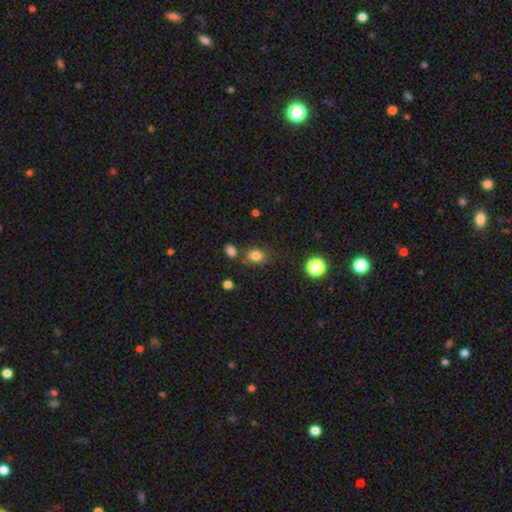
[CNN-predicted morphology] A smooth galaxy with no disk features (80%) that is in between round and cigar-shaped (52%).

Vote fractions:
- Smooth or featured? smooth: 80% / star or artifact: 14% / featured or disk: 6%
- How rounded? in between: 52% / round: 46% / cigar-shaped: 1%
- Merging? none: 72% / minor disturbance: 14% / merger: 9% / major disturbance: 4%